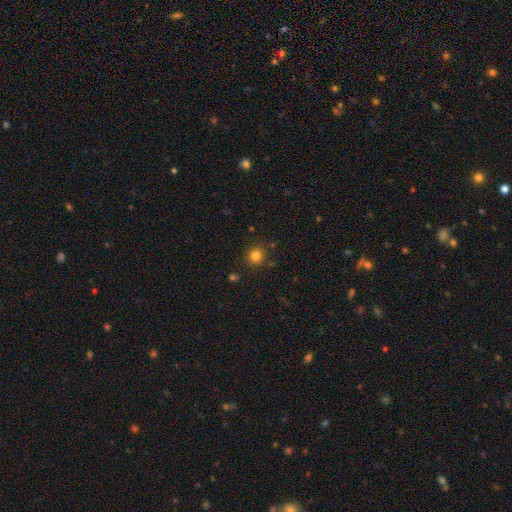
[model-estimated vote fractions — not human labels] Smooth or featured?
  - smooth: 80% *
  - star or artifact: 14%
  - featured or disk: 6%
How rounded?
  - round: 90% *
  - in between: 9%
  - cigar-shaped: 1%
Merging?
  - none: 87% *
  - minor disturbance: 8%
  - major disturbance: 3%
  - merger: 2%